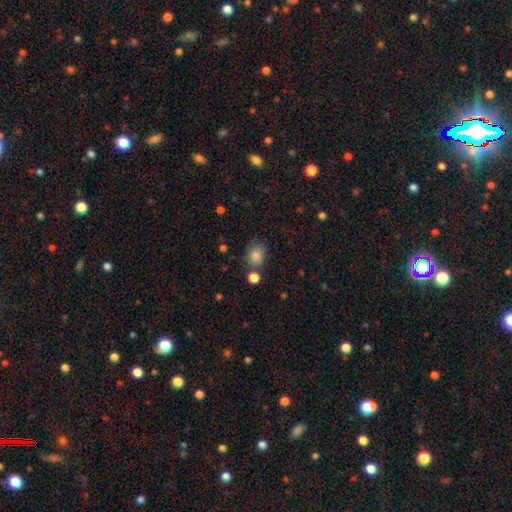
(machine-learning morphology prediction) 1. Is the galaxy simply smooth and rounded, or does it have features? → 82% smooth, 11% star or artifact, 7% featured or disk.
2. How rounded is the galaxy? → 63% round, 36% in between, 1% cigar-shaped.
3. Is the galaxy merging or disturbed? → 70% none, 16% minor disturbance, 9% merger, 5% major disturbance.